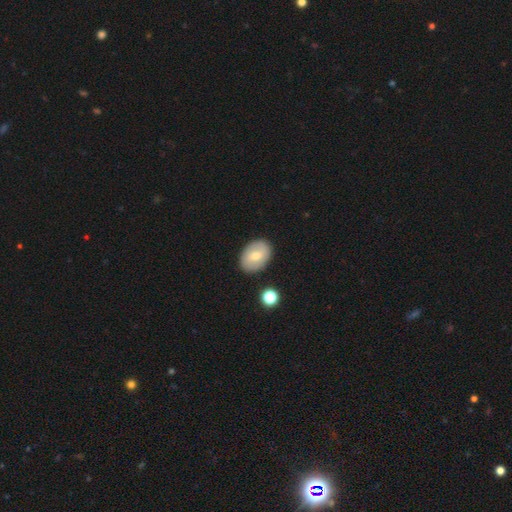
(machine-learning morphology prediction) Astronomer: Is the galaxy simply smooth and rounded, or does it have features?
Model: smooth — 61%.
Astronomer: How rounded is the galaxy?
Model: in between — 78%.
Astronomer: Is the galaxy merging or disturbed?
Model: none — 86%.